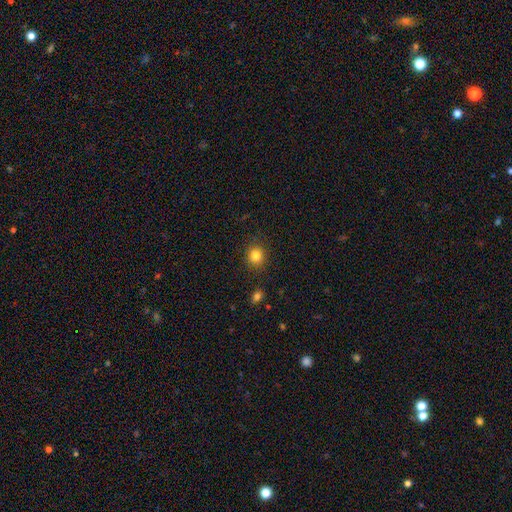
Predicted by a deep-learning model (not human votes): smooth_or_featured: smooth (p=0.82) [alt: star or artifact p=0.12]
how_rounded: round (p=0.87) [alt: in between p=0.13]
merging: none (p=0.89) [alt: minor disturbance p=0.08]